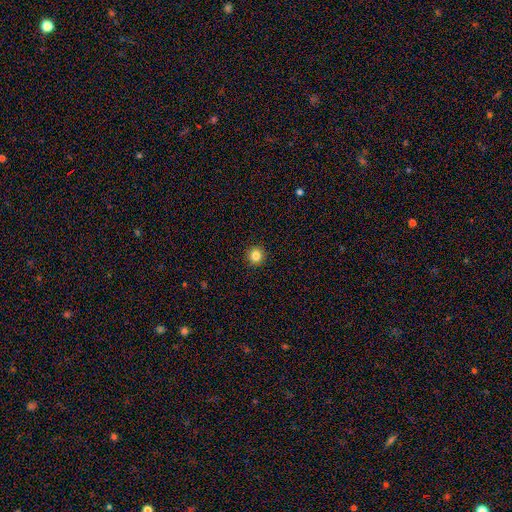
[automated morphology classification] A smooth galaxy with no disk features (84%) that is round (93%).

Vote fractions:
- Smooth or featured? smooth: 84% / star or artifact: 11% / featured or disk: 5%
- How rounded? round: 93% / in between: 6% / cigar-shaped: 1%
- Merging? none: 93% / minor disturbance: 5% / major disturbance: 2% / merger: 1%